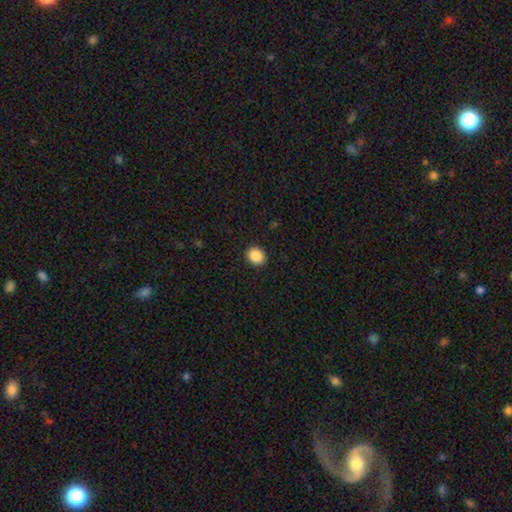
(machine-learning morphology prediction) Smooth or featured: smooth — 88% (star or artifact — 9%)
How rounded: round — 58% (in between — 42%)
Merging: none — 91% (minor disturbance — 6%)